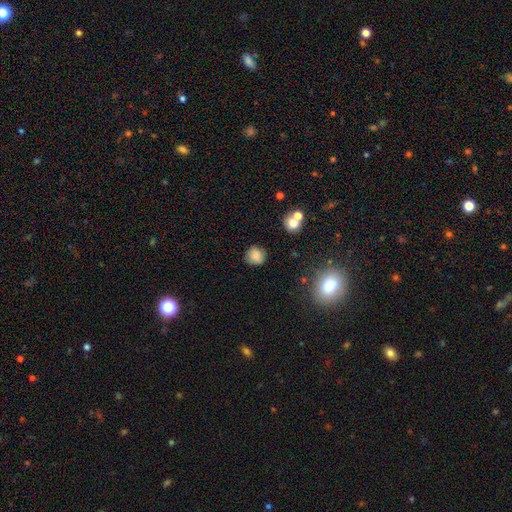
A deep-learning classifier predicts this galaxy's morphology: Smooth or featured: smooth — 80% (star or artifact — 11%)
How rounded: round — 87% (in between — 12%)
Merging: none — 80% (minor disturbance — 14%)